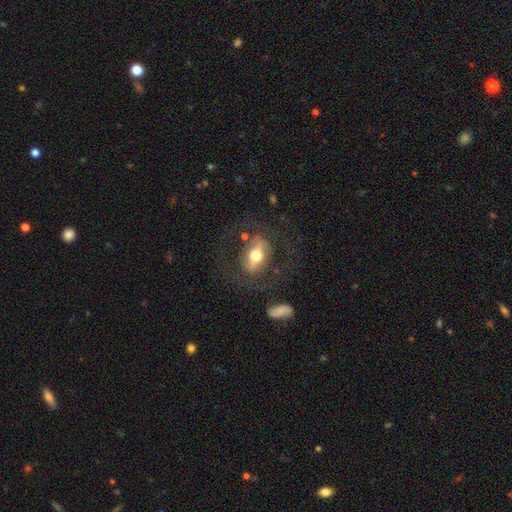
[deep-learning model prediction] A featured or disk galaxy (54%). Merging: none (64%).